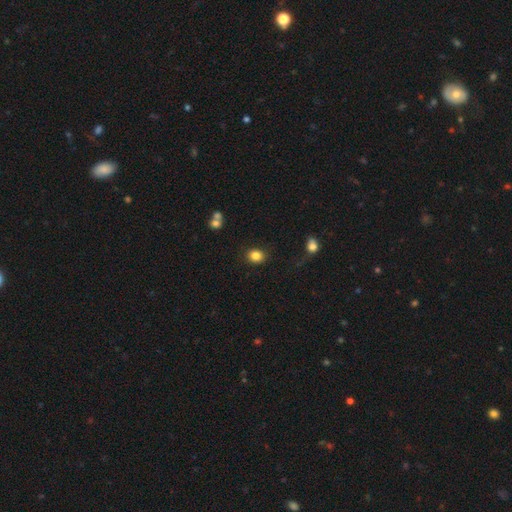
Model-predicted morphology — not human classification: This is clearly a smooth galaxy (85%). How rounded: likely round (64%). Merging: clearly none (86%).